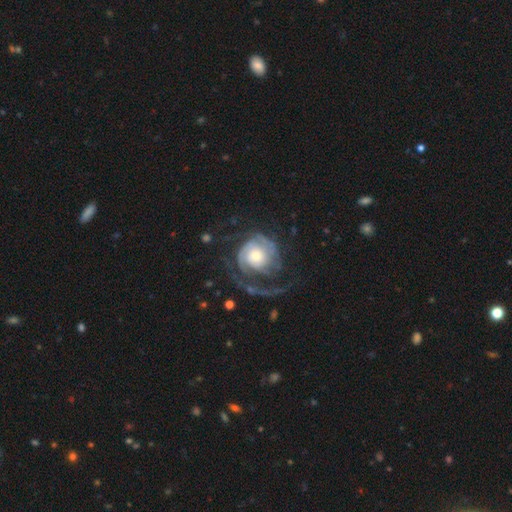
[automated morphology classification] type=featured or disk (84%); edge-on=no (98%); bar=no (76%); spiral arms=yes (94%); winding=tight (50%); arm count=2 (36%); bulge=moderate (52%); merging=none (47%).